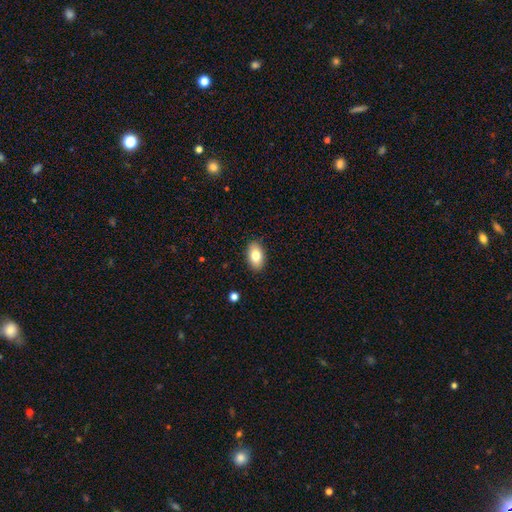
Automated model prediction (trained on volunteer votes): Smooth or featured: smooth — 81% (featured or disk — 12%)
How rounded: in between — 92% (round — 7%)
Merging: none — 88% (minor disturbance — 9%)